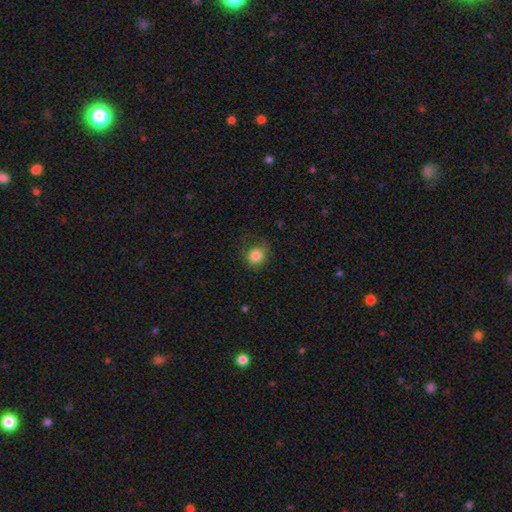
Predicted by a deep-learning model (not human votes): smooth-or-featured: smooth: 83% | star or artifact: 10% | featured or disk: 7%
  how-rounded: round: 80% | in between: 19% | cigar-shaped: 1%
  merging: none: 63% | minor disturbance: 23% | major disturbance: 12% | merger: 1%